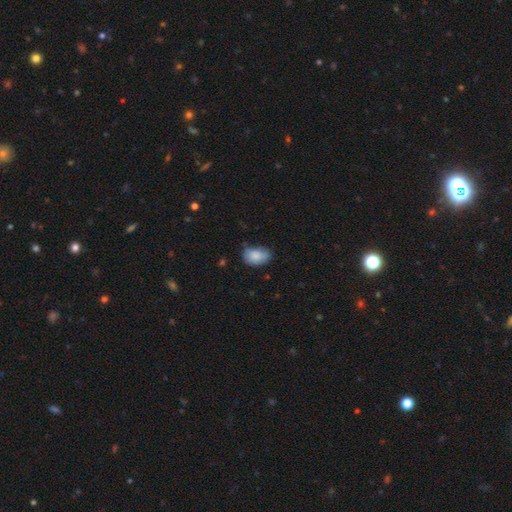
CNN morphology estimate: Smooth or featured: smooth — 84% (featured or disk — 8%)
How rounded: in between — 82% (round — 16%)
Merging: none — 58% (minor disturbance — 33%)